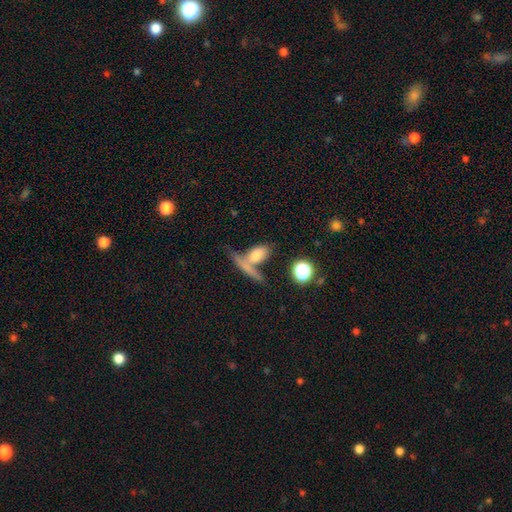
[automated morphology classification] Smooth or featured? smooth (71%)
How rounded? in between (69%)
Merging? none (40%, tied with merger)